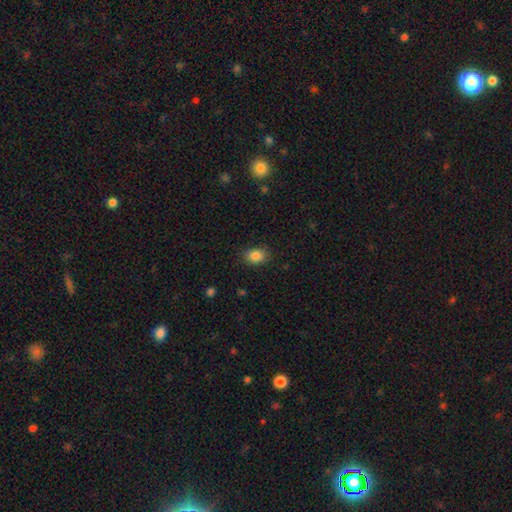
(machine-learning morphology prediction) Smooth or featured: smooth — 86% (star or artifact — 9%)
How rounded: in between — 71% (round — 28%)
Merging: none — 86% (minor disturbance — 10%)